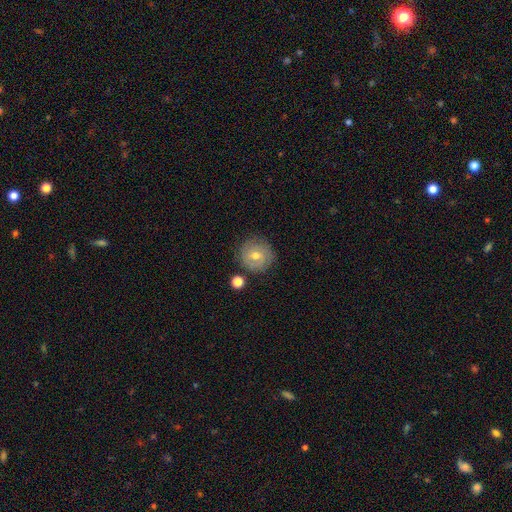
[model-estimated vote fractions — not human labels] Smooth or featured? featured or disk (55%)
Edge-on disk? no (97%)
Bar? no (62%)
Spiral arms? yes (79%)
Bulge size? moderate (67%)
Merging? none (82%)